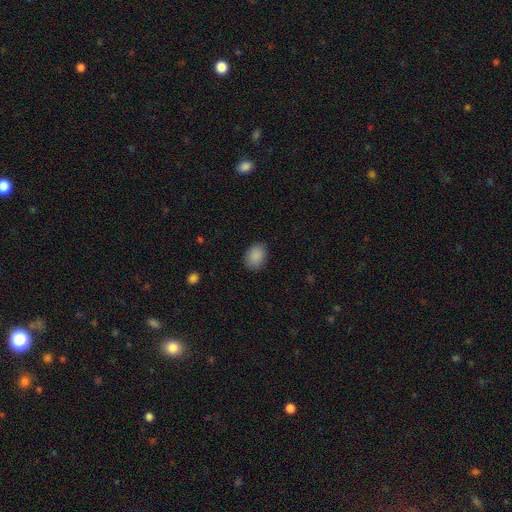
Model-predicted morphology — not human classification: Smooth or featured: smooth — 89% (star or artifact — 8%)
How rounded: in between — 67% (round — 32%)
Merging: none — 85% (minor disturbance — 11%)